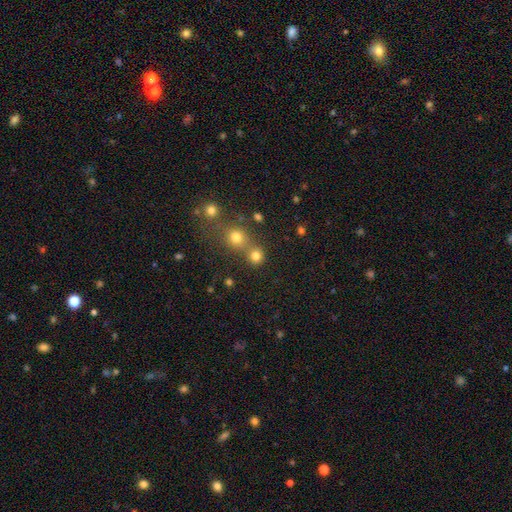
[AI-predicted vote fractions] Smooth or featured? smooth (77%)
How rounded? round (89%)
Merging? none (61%)